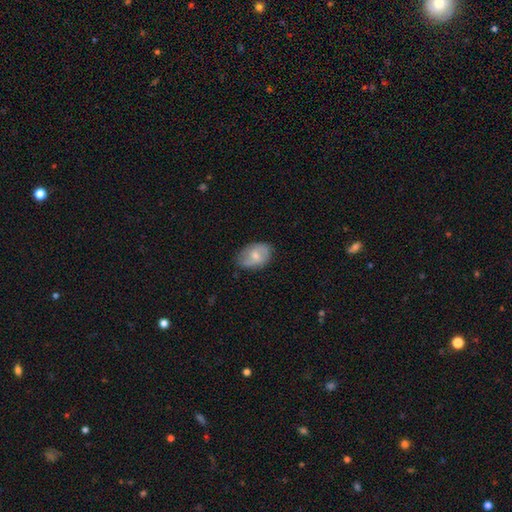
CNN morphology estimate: smooth 56%, featured or disk 37%, star or artifact 7%. Down the decision tree: how rounded — in between (83%); merging — none (71%).